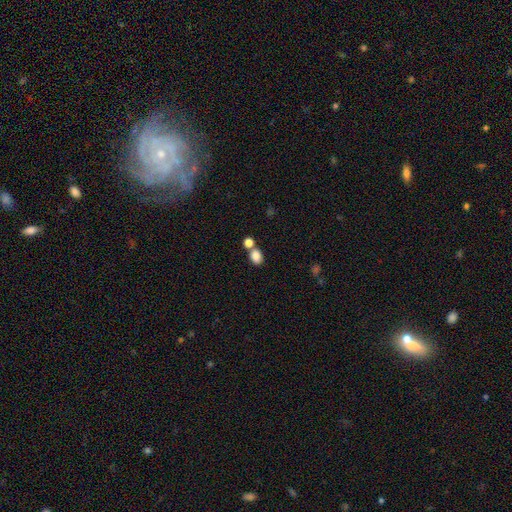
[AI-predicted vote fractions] Morphology: type=smooth (84%); roundness=in between (63%); merging=none (59%).